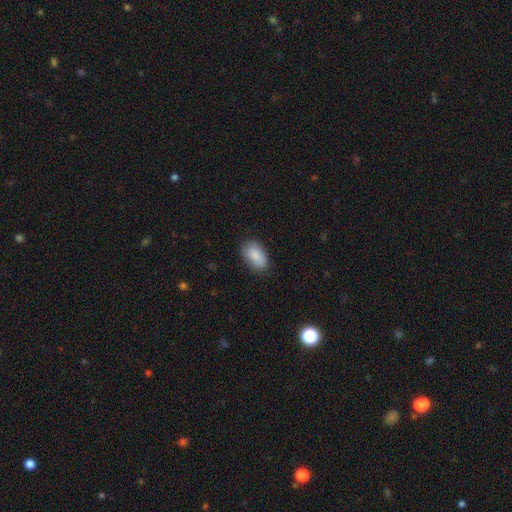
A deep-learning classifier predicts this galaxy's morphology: A smooth galaxy with no disk features (88%) that is in between round and cigar-shaped (93%). Merging: none (82%).